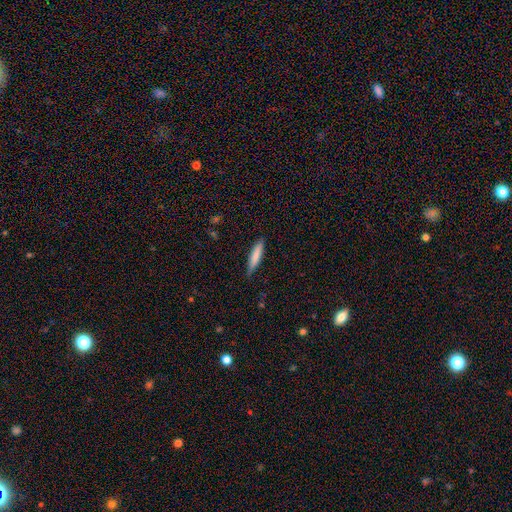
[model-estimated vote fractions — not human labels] smooth 78%, featured or disk 16%, star or artifact 6%. Down the decision tree: how rounded — cigar-shaped (85%); merging — none (82%).